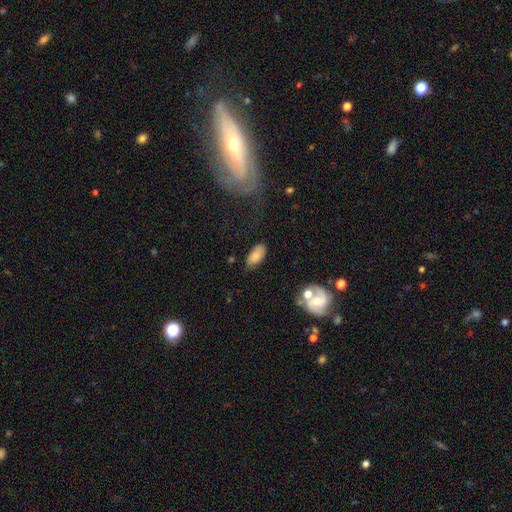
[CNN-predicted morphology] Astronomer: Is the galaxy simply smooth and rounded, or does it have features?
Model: smooth — 77%.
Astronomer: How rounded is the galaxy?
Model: in between — 93%.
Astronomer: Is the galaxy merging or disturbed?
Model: none — 74%.